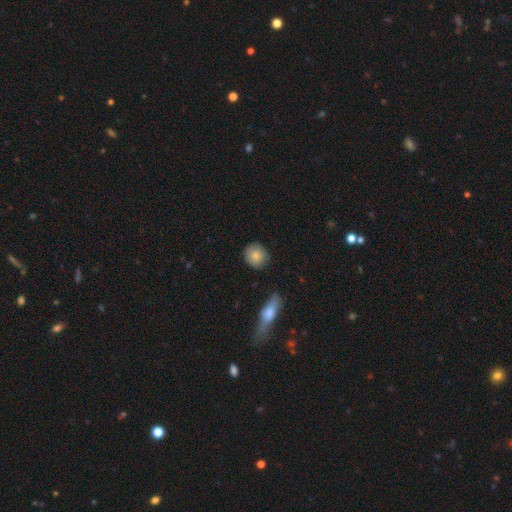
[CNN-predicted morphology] smooth 81%, featured or disk 12%, star or artifact 7%. Down the decision tree: how rounded — round (85%); merging — none (83%).